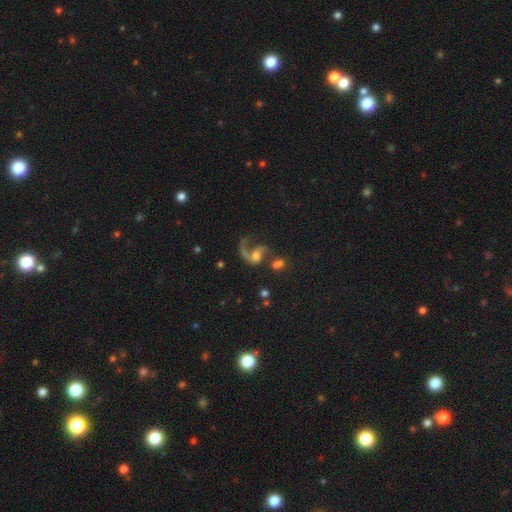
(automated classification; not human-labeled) Overall: featured or disk (70%). Edge-on disk: no (97%). Bar: no (62%; weak 29%). Spiral arms: yes (86%). Spiral arm count: 1 (66%; 2 27%). Spiral winding: loose (69%). Bulge size: moderate (48%; small 24%). Merging: major disturbance (37%; none 27%).